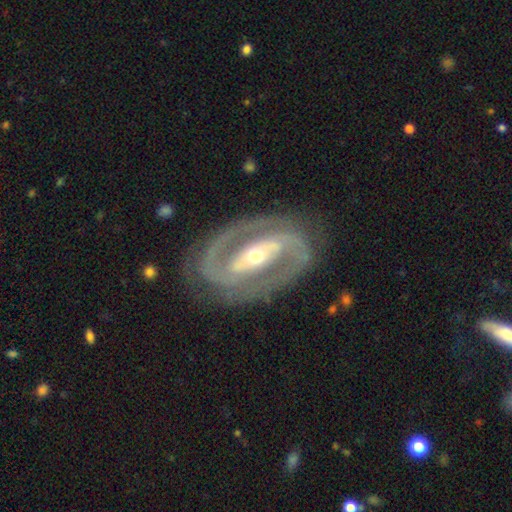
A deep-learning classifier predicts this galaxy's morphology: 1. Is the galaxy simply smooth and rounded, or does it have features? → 88% featured or disk, 7% smooth, 4% star or artifact.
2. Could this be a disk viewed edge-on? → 95% no, 5% yes.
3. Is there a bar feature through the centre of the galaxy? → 55% strong, 25% weak, 20% no.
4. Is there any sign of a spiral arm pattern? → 88% yes, 12% no.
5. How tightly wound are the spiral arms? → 46% tight, 42% medium, 12% loose.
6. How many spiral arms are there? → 87% 2, 5% can't tell, 3% 1, 2% 3, 1% 4, 1% more than 4.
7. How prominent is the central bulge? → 55% moderate, 39% small, 4% large, 1% dominant, 1% none.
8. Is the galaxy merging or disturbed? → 79% none, 13% minor disturbance, 7% major disturbance, 2% merger.